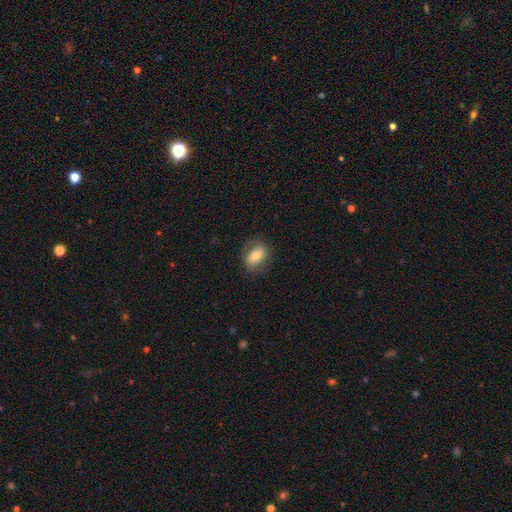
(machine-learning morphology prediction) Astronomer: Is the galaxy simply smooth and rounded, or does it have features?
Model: smooth — 65%.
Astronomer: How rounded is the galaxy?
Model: in between — 75%.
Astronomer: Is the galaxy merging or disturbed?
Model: none — 79%.